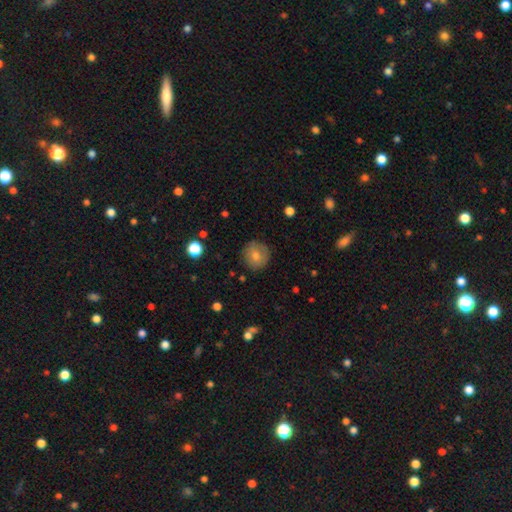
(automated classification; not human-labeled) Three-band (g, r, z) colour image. It shows a smooth galaxy with no disk features (68%) that is round (92%). Merging: none (85%).